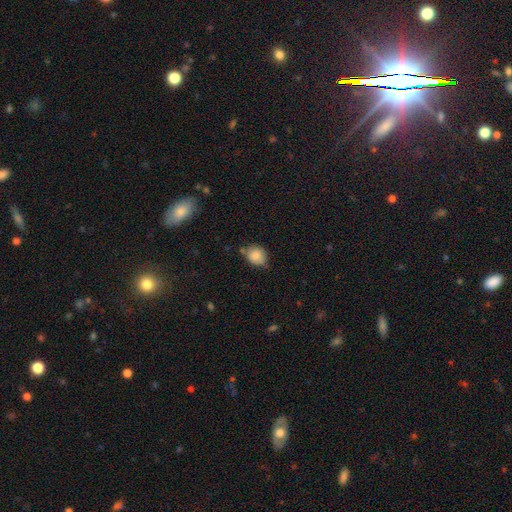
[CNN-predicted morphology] This is clearly a smooth galaxy (84%). How rounded: possibly round (57%). Merging: likely none (62%).